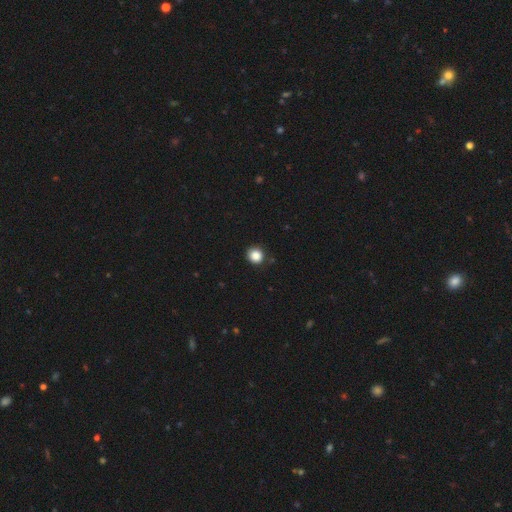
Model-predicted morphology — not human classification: Smooth or featured?
  - smooth: 87% *
  - star or artifact: 10%
  - featured or disk: 3%
How rounded?
  - round: 89% *
  - in between: 10%
  - cigar-shaped: 1%
Merging?
  - none: 88% *
  - minor disturbance: 9%
  - major disturbance: 2%
  - merger: 1%